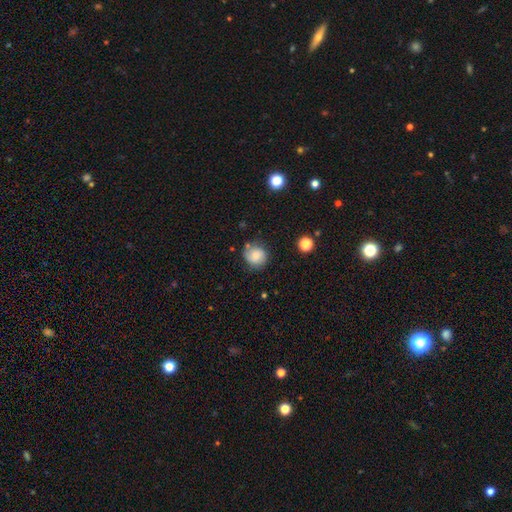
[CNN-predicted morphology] Smooth or featured?
  - smooth: 62% *
  - featured or disk: 28%
  - star or artifact: 10%
How rounded?
  - round: 85% *
  - in between: 14%
  - cigar-shaped: 1%
Merging?
  - none: 72% *
  - minor disturbance: 19%
  - major disturbance: 6%
  - merger: 3%